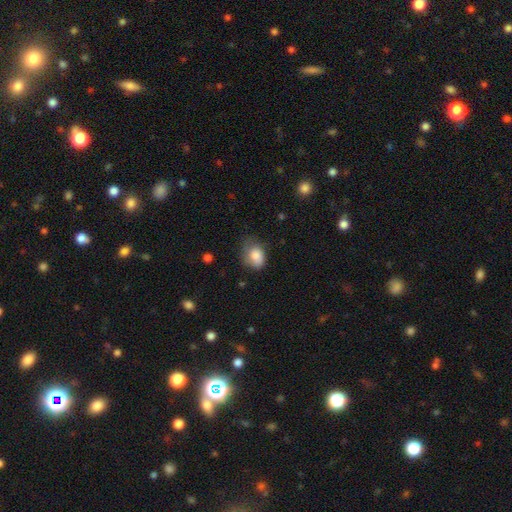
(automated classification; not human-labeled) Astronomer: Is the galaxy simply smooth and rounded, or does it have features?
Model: smooth — 84%.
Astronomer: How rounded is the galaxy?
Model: in between — 73%.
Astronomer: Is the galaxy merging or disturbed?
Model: none — 47% (runner-up: minor disturbance, 37%).